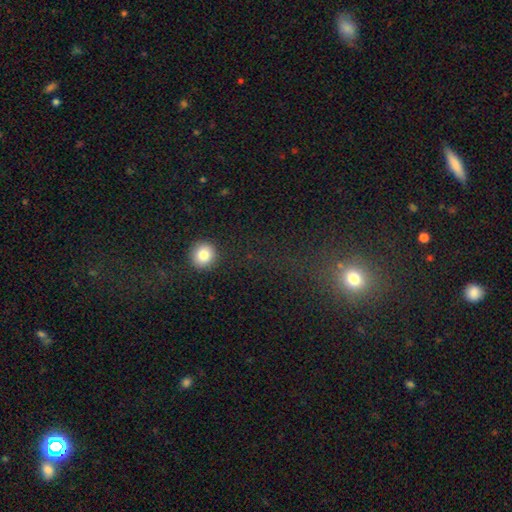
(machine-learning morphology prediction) Smooth or featured?
  - star or artifact: 43% * (tied)
  - smooth: 43% * (tied)
  - featured or disk: 14%